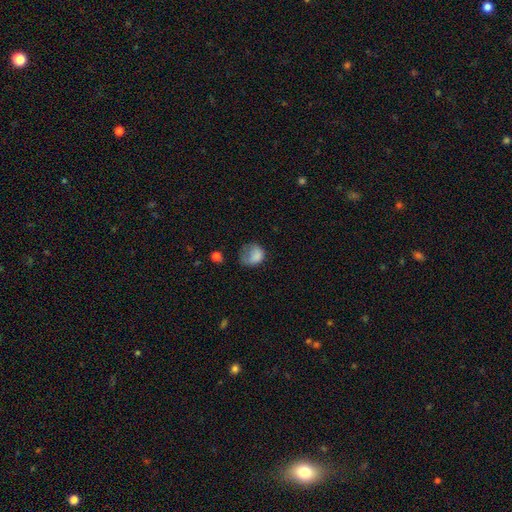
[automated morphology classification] This is likely a smooth galaxy (76%). How rounded: possibly round (54%). Merging: marginally major disturbance (37%).